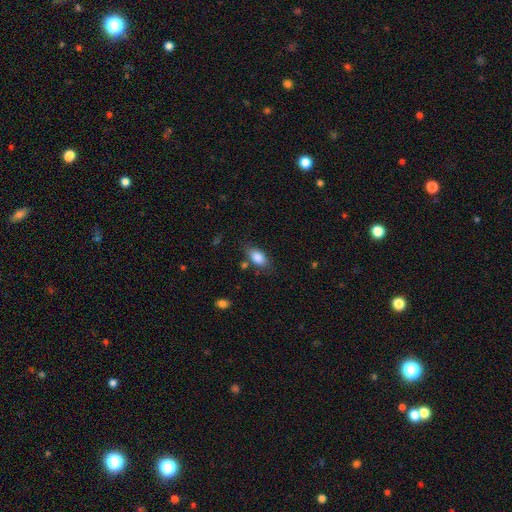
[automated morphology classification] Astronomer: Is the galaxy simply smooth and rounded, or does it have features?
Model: smooth — 85%.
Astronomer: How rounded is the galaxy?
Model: in between — 89%.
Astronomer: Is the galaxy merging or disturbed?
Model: none — 75%.